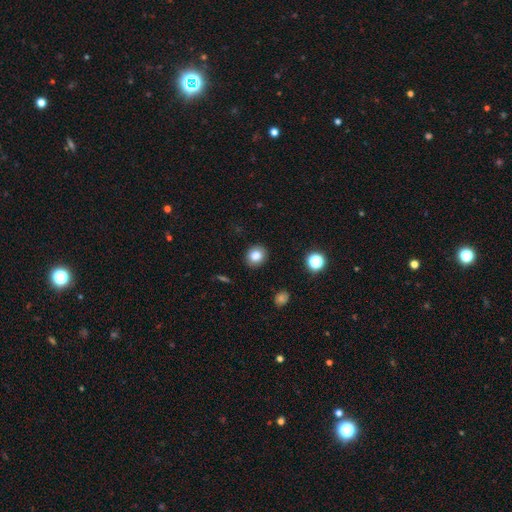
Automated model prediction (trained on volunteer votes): smooth_or_featured: smooth (p=0.84) [alt: star or artifact p=0.10]
how_rounded: round (p=0.73) [alt: in between p=0.26]
merging: none (p=0.88) [alt: minor disturbance p=0.08]